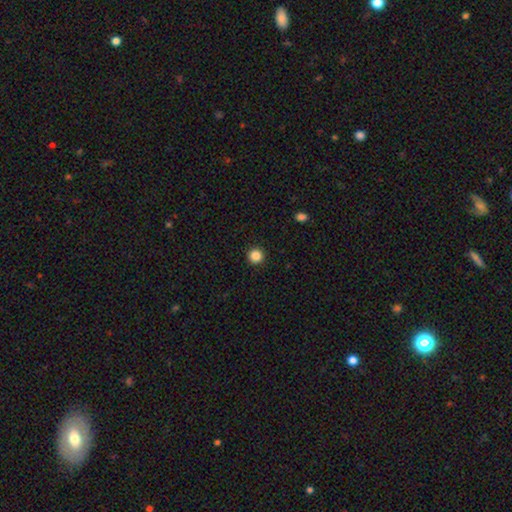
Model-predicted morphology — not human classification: Overall: smooth (86%). How rounded: round (96%). Merging: none (94%).